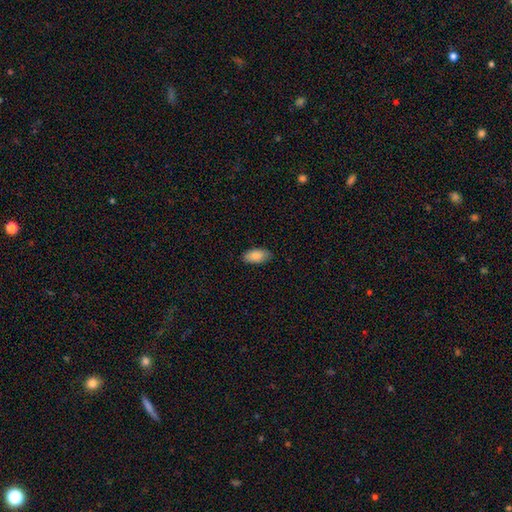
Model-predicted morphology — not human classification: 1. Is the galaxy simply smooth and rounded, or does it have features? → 87% smooth, 7% star or artifact, 6% featured or disk.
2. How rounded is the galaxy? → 93% in between, 4% cigar-shaped, 3% round.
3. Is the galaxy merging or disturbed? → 85% none, 12% minor disturbance, 2% major disturbance, 1% merger.